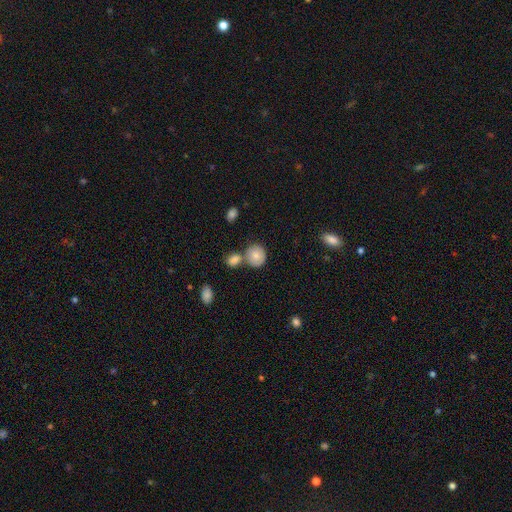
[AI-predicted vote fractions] smooth 79%, featured or disk 13%, star or artifact 8%. Down the decision tree: how rounded — round (78%); merging — none (57%).